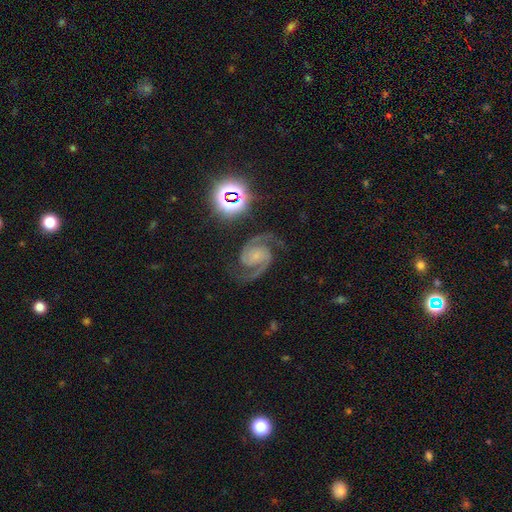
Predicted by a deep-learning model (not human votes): Smooth or featured: featured or disk — 90% (star or artifact — 7%)
Edge-on disk: no — 98% (yes — 2%)
Bar: no — 63% (weak — 27%)
Spiral arms: yes — 99% (no — 1%)
Spiral winding: medium — 63% (tight — 25%)
Spiral arm count: 2 — 94% (3 — 2%)
Bulge size: small — 63% (moderate — 18%)
Merging: none — 78% (minor disturbance — 13%)